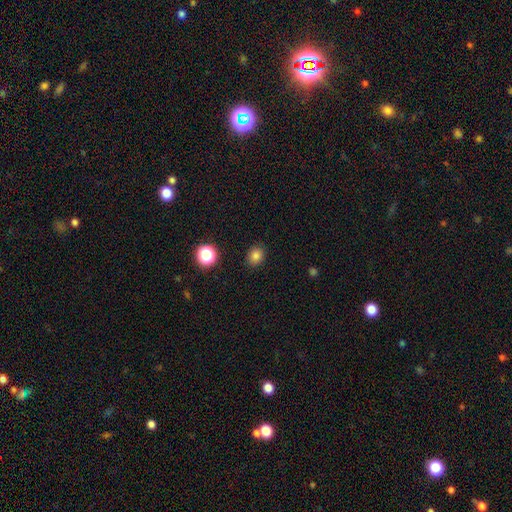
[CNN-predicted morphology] Overall: smooth (81%). How rounded: round (63%; in between 36%). Merging: none (88%).